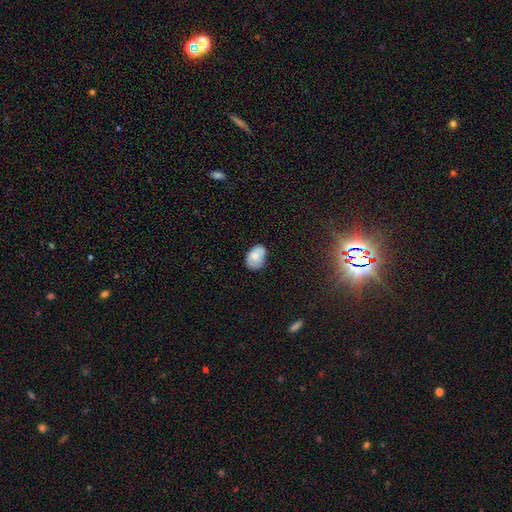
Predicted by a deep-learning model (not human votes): smooth 77%, featured or disk 15%, star or artifact 8%. Down the decision tree: how rounded — in between (82%); merging — none (68%).